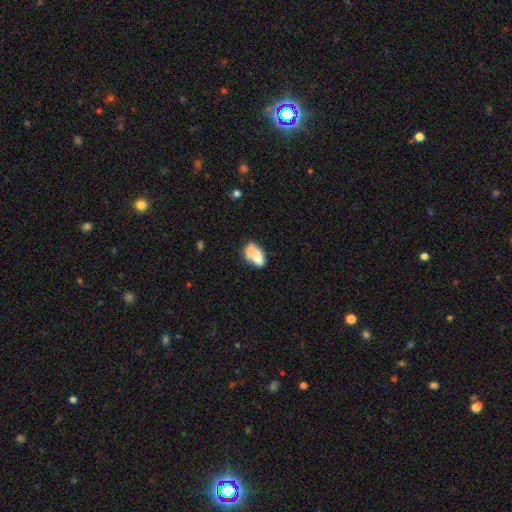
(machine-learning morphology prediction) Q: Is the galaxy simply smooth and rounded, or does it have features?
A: smooth — 65%.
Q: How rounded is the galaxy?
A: in between — 88%.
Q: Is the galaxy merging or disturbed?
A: merger — 38%.